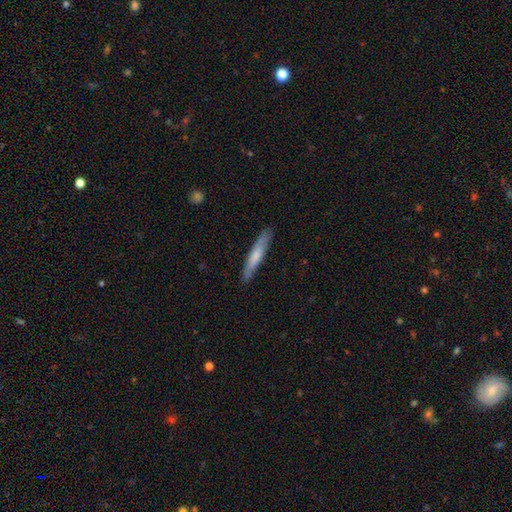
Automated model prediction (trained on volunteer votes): Smooth or featured?
  - smooth: 63% *
  - featured or disk: 32%
  - star or artifact: 5%
How rounded?
  - cigar-shaped: 92% *
  - in between: 6%
  - round: 1%
Merging?
  - none: 87% *
  - minor disturbance: 10%
  - major disturbance: 2%
  - merger: 1%